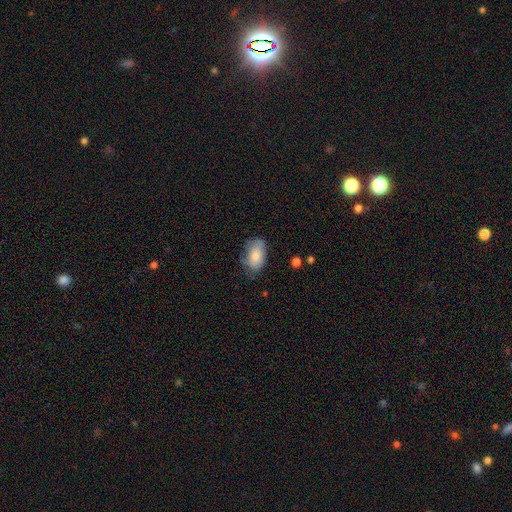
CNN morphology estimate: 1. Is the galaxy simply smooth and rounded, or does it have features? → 77% smooth, 15% featured or disk, 7% star or artifact.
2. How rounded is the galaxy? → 89% in between, 9% round, 1% cigar-shaped.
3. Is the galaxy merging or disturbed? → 51% none, 33% minor disturbance, 13% major disturbance, 2% merger.